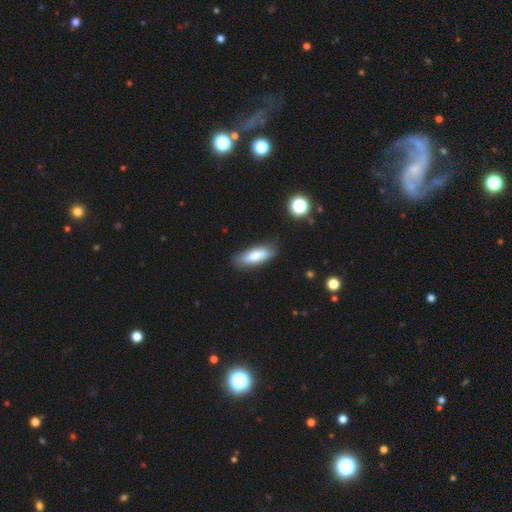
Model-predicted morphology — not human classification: type=smooth (77%); roundness=in between (61%); merging=none (82%).